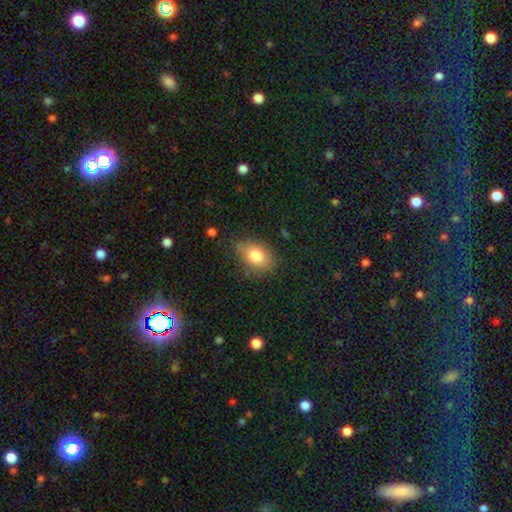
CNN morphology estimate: Overall: smooth (79%). How rounded: in between (73%). Merging: none (67%).